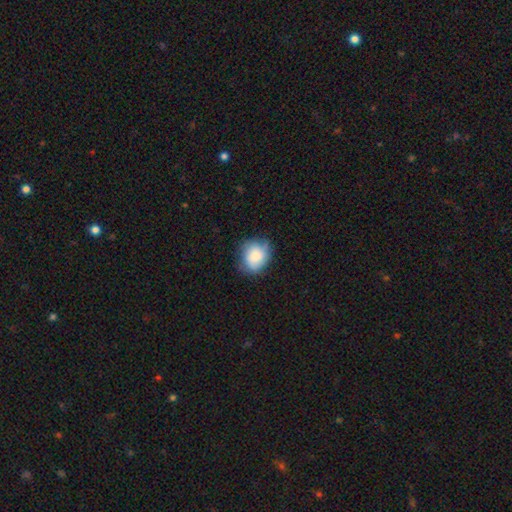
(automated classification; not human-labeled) A smooth galaxy with no disk features (79%) that is round (64%). Merging: none (66%).